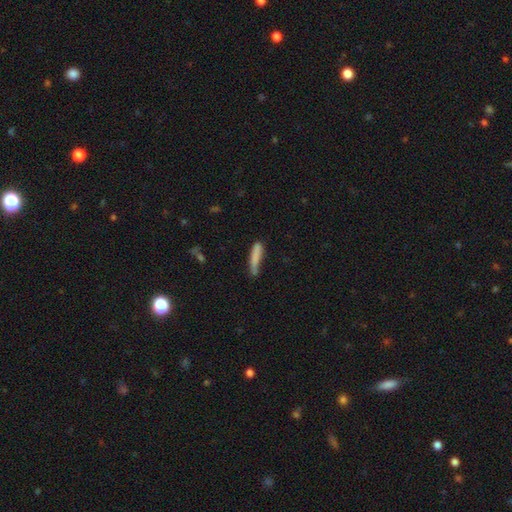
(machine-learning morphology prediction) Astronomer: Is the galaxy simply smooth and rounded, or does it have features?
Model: smooth — 80%.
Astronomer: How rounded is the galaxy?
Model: cigar-shaped — 89%.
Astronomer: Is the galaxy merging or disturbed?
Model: none — 56%.